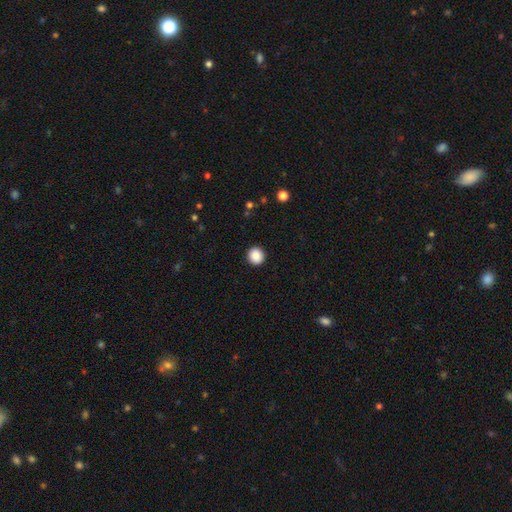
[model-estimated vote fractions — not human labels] smooth_or_featured: smooth (p=0.87) [alt: star or artifact p=0.09]
how_rounded: round (p=0.92) [alt: in between p=0.07]
merging: none (p=0.92) [alt: minor disturbance p=0.05]